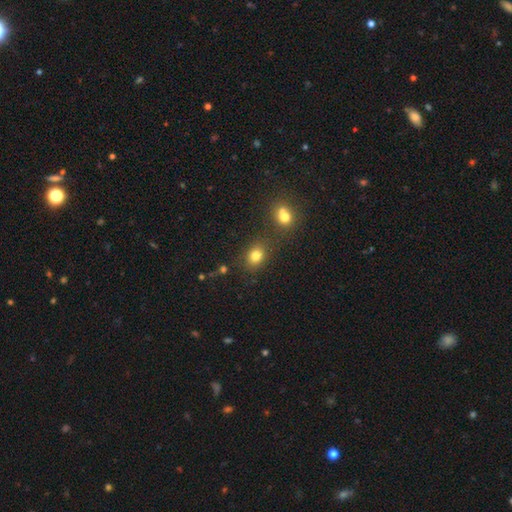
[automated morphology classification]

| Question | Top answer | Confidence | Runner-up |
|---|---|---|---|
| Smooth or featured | smooth | 78% | star or artifact (14%) |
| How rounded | round | 51% | in between (48%) |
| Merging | none | 71% | merger (13%) |